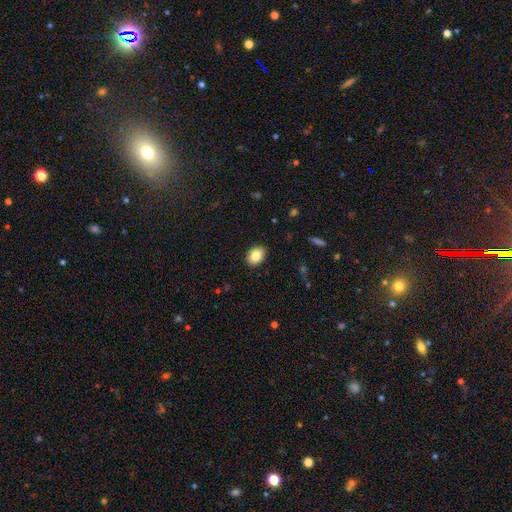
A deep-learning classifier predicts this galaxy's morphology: Overall: smooth (85%). How rounded: in between (72%). Merging: none (90%).